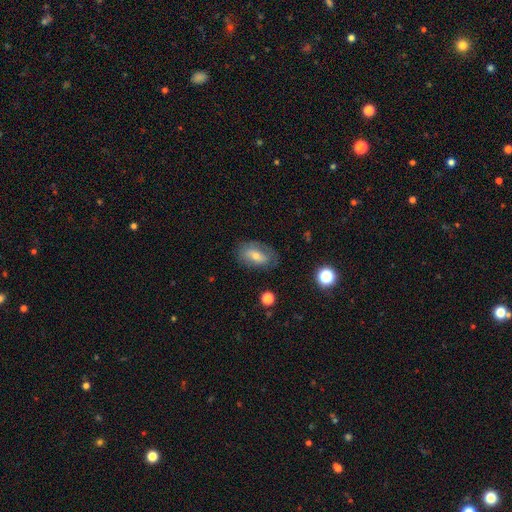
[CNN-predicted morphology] The model was most divided on "smooth or featured": smooth: 57%, featured or disk: 34%, star or artifact: 9%. More confident: how rounded — in between (86%); merging — none (69%).